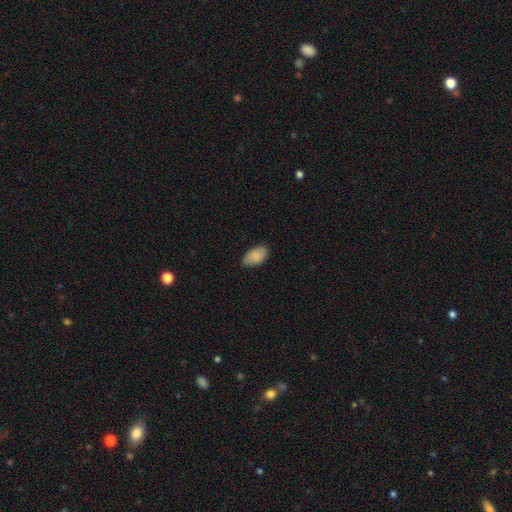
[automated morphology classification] Q: Smooth or featured?
A: smooth (86%); runner-up: featured or disk (8%)
Q: How rounded?
A: in between (94%); runner-up: round (4%)
Q: Merging?
A: none (74%); runner-up: minor disturbance (21%)